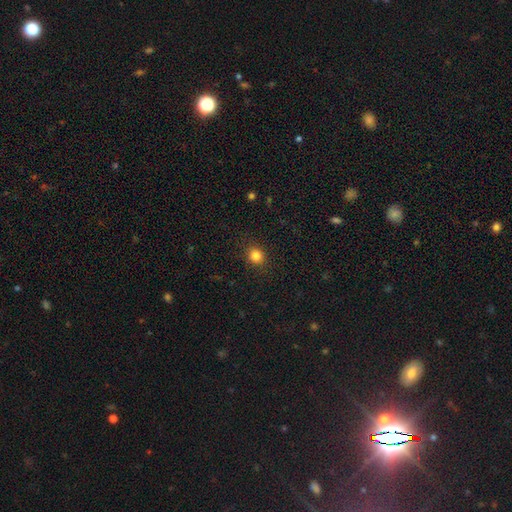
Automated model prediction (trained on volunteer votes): Q: Smooth or featured?
A: smooth (83%); runner-up: star or artifact (12%)
Q: How rounded?
A: round (79%); runner-up: in between (20%)
Q: Merging?
A: none (89%); runner-up: minor disturbance (7%)